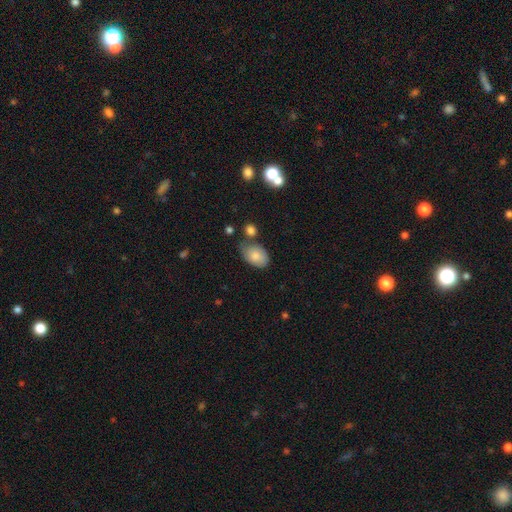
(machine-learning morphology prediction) Smooth or featured: smooth — 81% (featured or disk — 12%)
How rounded: in between — 87% (round — 12%)
Merging: none — 56% (minor disturbance — 26%)